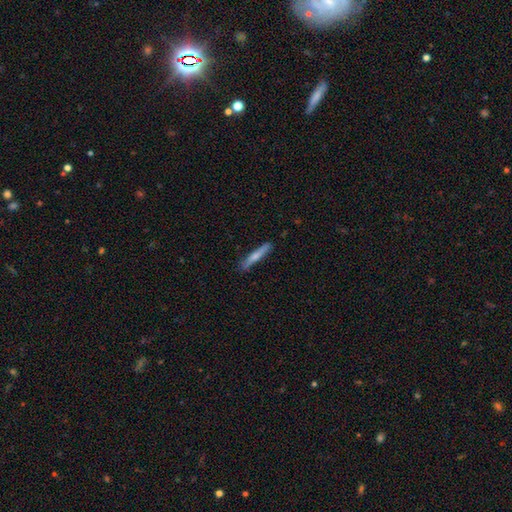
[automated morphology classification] This appears to be a smooth galaxy with no disk features (63%) that is cigar-shaped (94%). Merging: none (83%).